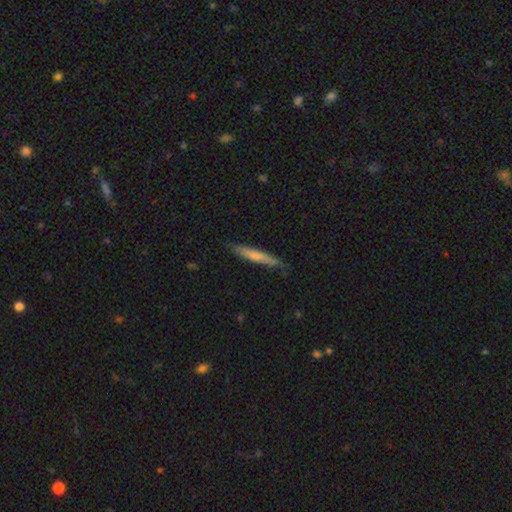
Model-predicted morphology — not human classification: Smooth or featured?
  - smooth: 69% *
  - featured or disk: 26%
  - star or artifact: 5%
How rounded?
  - cigar-shaped: 93% *
  - in between: 6%
  - round: 1%
Merging?
  - none: 78% *
  - minor disturbance: 17%
  - major disturbance: 3%
  - merger: 1%